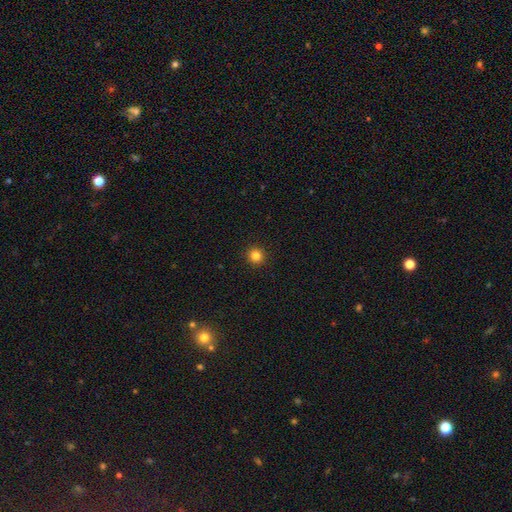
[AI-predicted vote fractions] Smooth or featured? Predicted: smooth (p=0.84). How rounded? Predicted: round (p=0.95). Merging? Predicted: none (p=0.94).